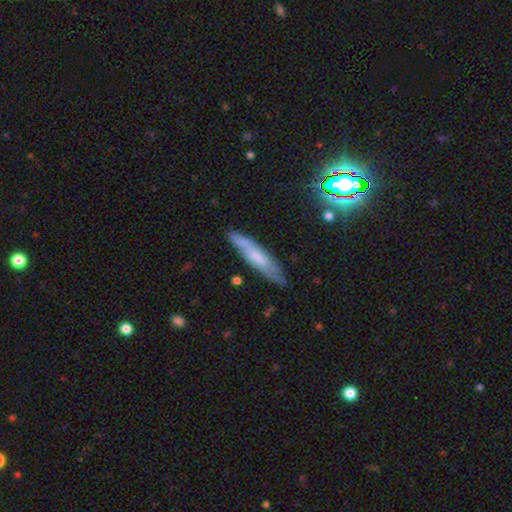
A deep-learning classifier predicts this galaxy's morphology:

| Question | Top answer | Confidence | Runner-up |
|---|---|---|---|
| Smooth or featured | smooth | 46% | featured or disk (45%) |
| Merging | none | 76% | minor disturbance (18%) |